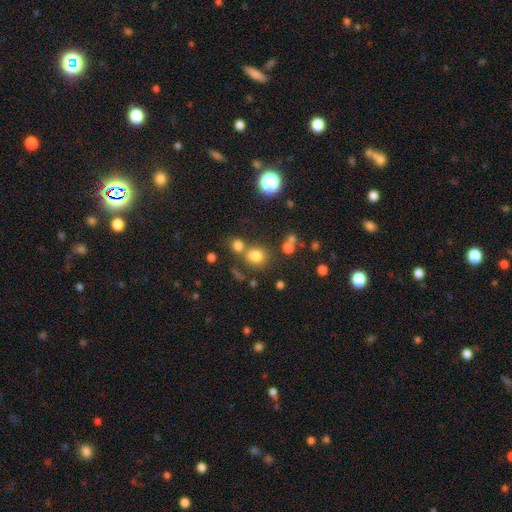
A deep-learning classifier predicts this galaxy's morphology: A smooth galaxy with no disk features (76%) that is round (78%). Merging: none (62%).